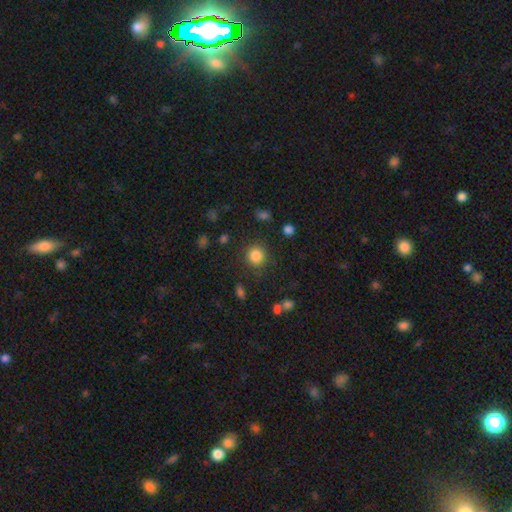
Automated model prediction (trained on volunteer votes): A smooth galaxy with no disk features (84%) that is round (91%). Merging: none (85%).